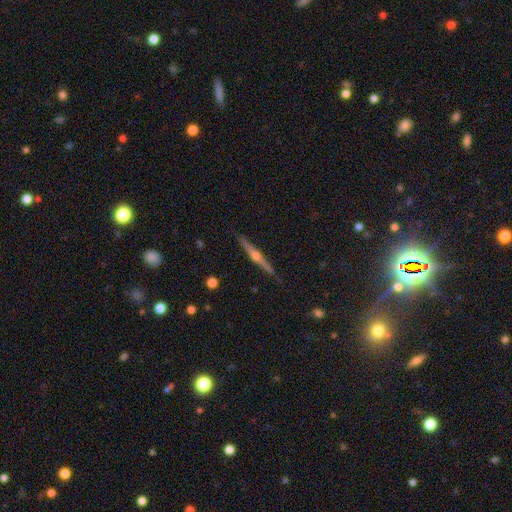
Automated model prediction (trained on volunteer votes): Smooth or featured? Predicted: featured or disk (p=0.83). Edge-on disk? Predicted: yes (p=0.99). Edge-on bulge? Predicted: rounded (p=0.93). Merging? Predicted: none (p=0.91).